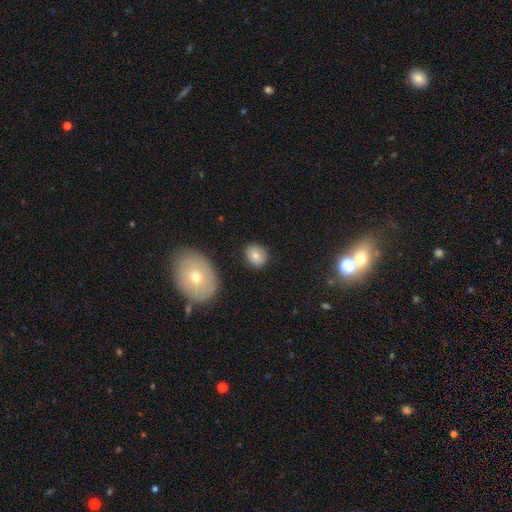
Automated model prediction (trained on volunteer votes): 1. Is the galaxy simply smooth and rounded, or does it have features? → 78% smooth, 13% featured or disk, 8% star or artifact.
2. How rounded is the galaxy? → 58% round, 41% in between, 1% cigar-shaped.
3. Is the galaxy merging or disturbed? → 86% none, 9% minor disturbance, 2% major disturbance, 2% merger.